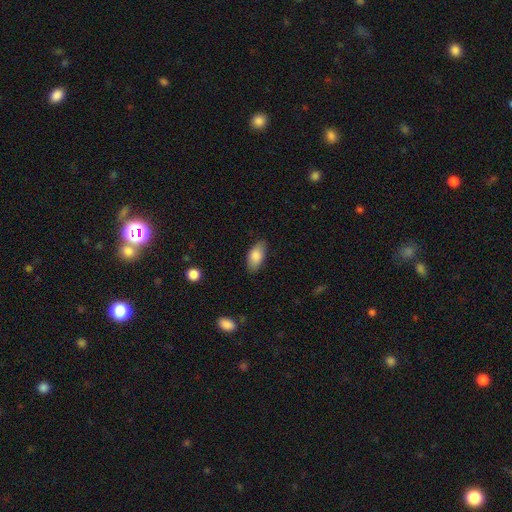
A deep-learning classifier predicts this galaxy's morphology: Smooth or featured: smooth — 84% (featured or disk — 9%)
How rounded: in between — 91% (cigar-shaped — 6%)
Merging: none — 82% (minor disturbance — 14%)